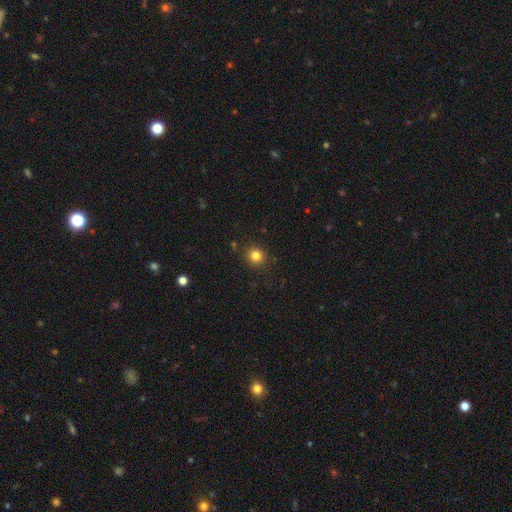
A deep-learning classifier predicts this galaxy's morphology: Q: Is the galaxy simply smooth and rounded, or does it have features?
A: smooth — 82%.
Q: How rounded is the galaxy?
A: round — 88%.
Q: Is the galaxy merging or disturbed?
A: none — 89%.